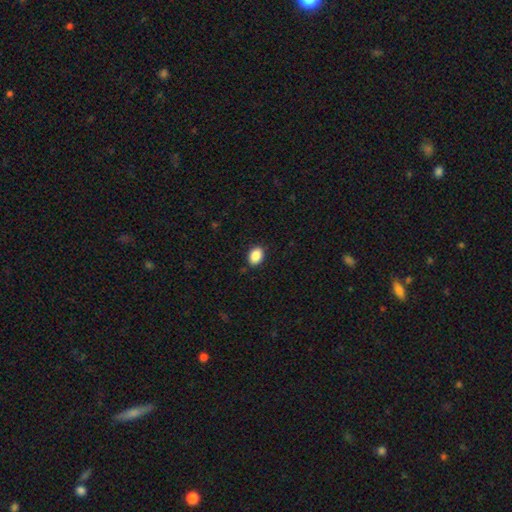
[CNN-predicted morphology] smooth-or-featured: smooth: 88% | star or artifact: 8% | featured or disk: 4%
  how-rounded: in between: 71% | round: 28% | cigar-shaped: 1%
  merging: none: 89% | minor disturbance: 8% | major disturbance: 2% | merger: 1%